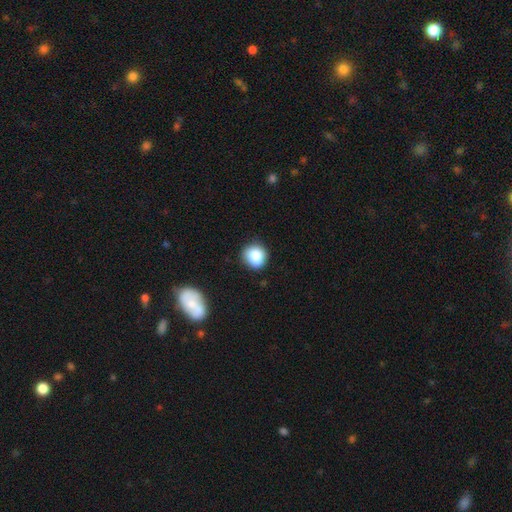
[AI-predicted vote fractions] Q: Smooth or featured?
A: smooth (84%); runner-up: star or artifact (9%)
Q: How rounded?
A: round (82%); runner-up: in between (17%)
Q: Merging?
A: none (79%); runner-up: minor disturbance (15%)